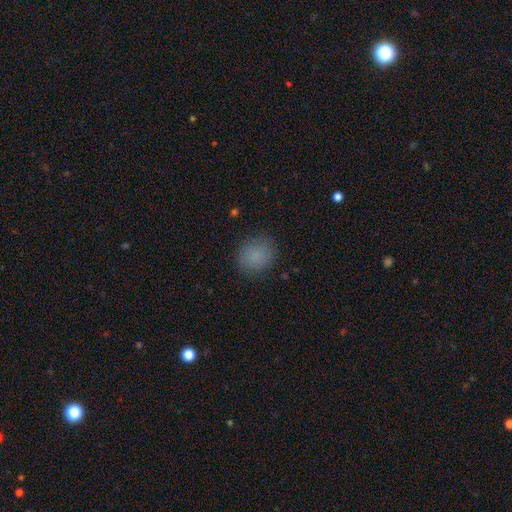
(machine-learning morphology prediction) type=smooth (84%); roundness=round (73%); merging=none (85%).